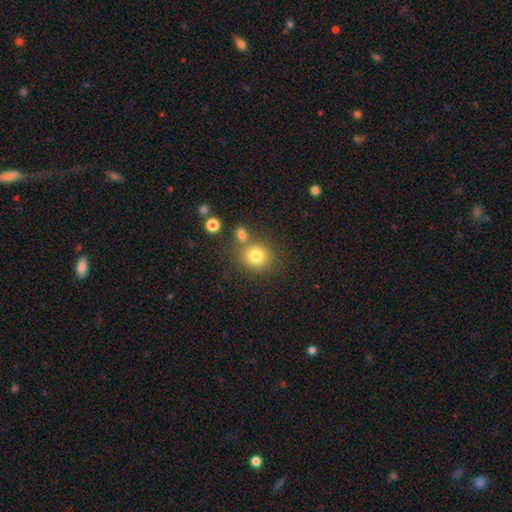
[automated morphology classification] A smooth galaxy with no disk features (80%) that is round (85%). Merging: none (67%).